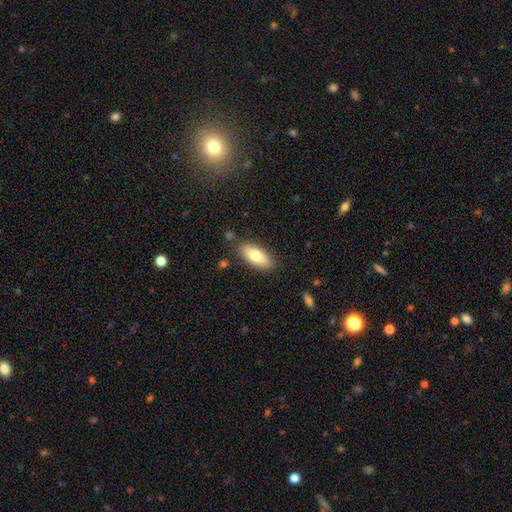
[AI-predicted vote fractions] A smooth galaxy with no disk features (76%) that is in between round and cigar-shaped (82%).

Vote fractions:
- Smooth or featured? smooth: 76% / featured or disk: 17% / star or artifact: 7%
- How rounded? in between: 82% / cigar-shaped: 15% / round: 2%
- Merging? none: 82% / minor disturbance: 13% / merger: 3% / major disturbance: 3%